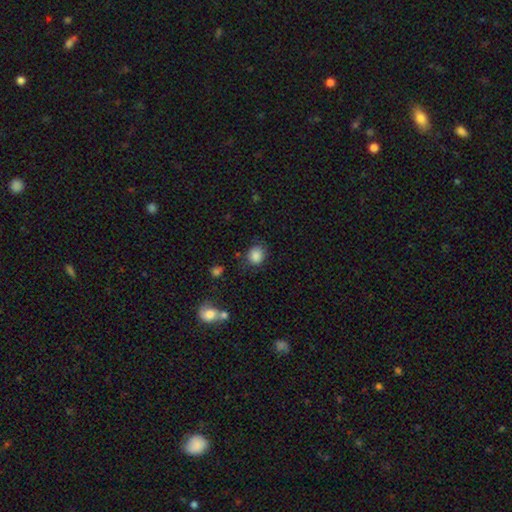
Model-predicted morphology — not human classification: Smooth or featured?
  - smooth: 85% *
  - star or artifact: 10%
  - featured or disk: 5%
How rounded?
  - round: 73% *
  - in between: 27%
  - cigar-shaped: 1%
Merging?
  - none: 73% *
  - minor disturbance: 19%
  - major disturbance: 6%
  - merger: 3%